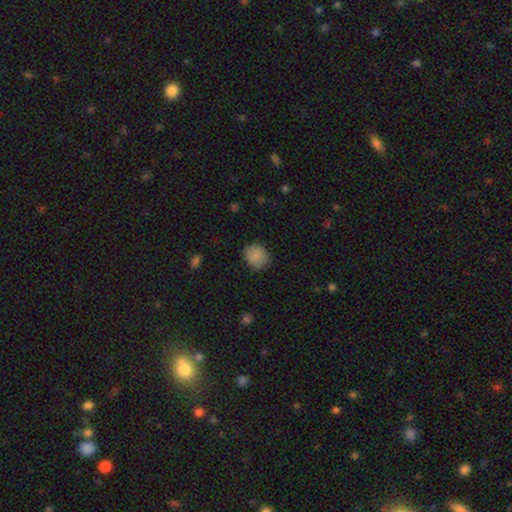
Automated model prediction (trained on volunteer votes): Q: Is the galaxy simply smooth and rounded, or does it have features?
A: smooth — 85%.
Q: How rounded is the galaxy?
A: round — 72%.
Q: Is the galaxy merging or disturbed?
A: none — 80%.